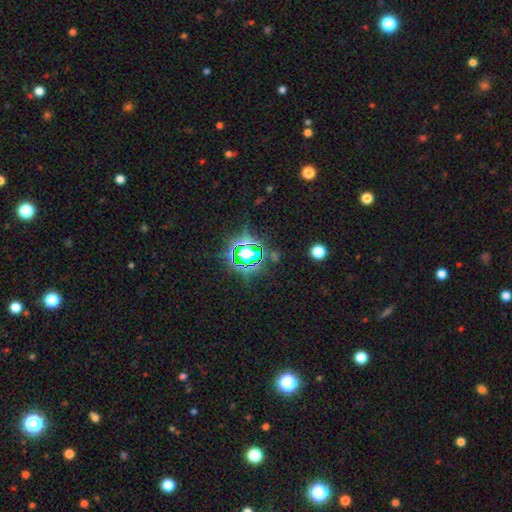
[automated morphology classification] A star or artifact, not a galaxy (79%).